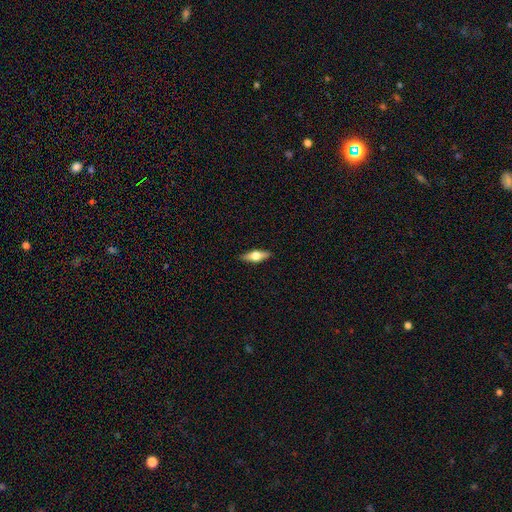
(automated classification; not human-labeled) Q: Smooth or featured?
A: featured or disk (53%); runner-up: smooth (41%)
Q: Edge-on disk?
A: yes (93%); runner-up: no (7%)
Q: Merging?
A: none (90%); runner-up: minor disturbance (8%)